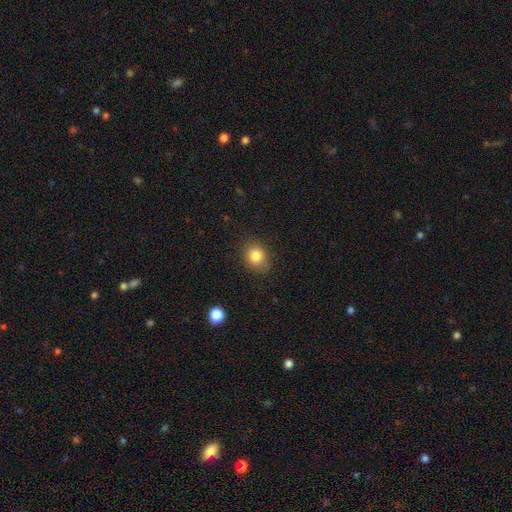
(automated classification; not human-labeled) Smooth or featured? Predicted: smooth (p=0.83). How rounded? Predicted: round (p=0.59). Merging? Predicted: none (p=0.81).